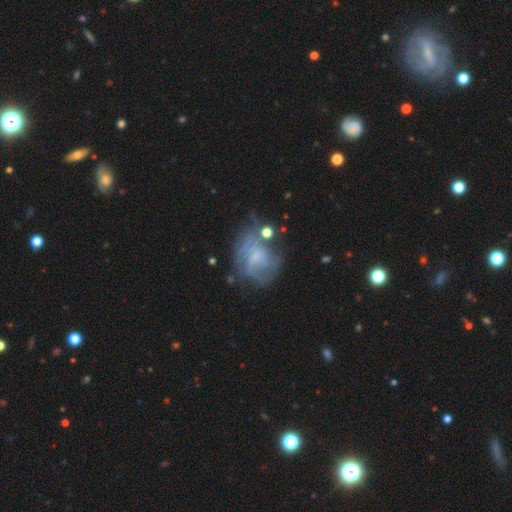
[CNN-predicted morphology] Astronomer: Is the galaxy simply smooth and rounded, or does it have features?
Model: featured or disk — 65%.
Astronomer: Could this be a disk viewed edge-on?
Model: no — 97%.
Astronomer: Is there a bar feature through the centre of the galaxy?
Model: no — 60%.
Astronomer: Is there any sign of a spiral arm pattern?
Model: yes — 69%.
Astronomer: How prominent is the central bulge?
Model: none — 40% (runner-up: small, 30%).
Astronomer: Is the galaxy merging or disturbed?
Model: none — 48% (runner-up: minor disturbance, 23%).